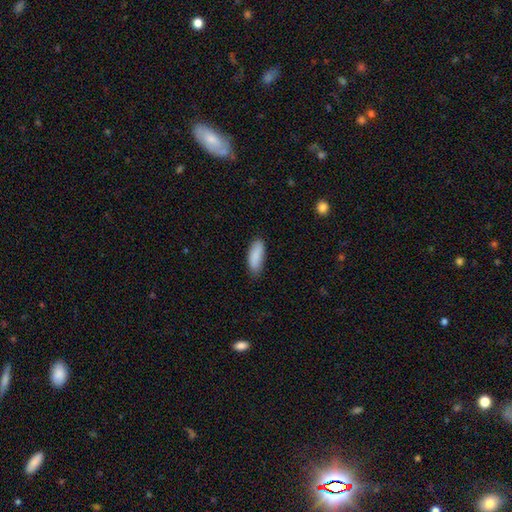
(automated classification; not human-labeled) This appears to be a smooth galaxy with no disk features (89%) that is in between round and cigar-shaped (74%). Merging: none (79%).